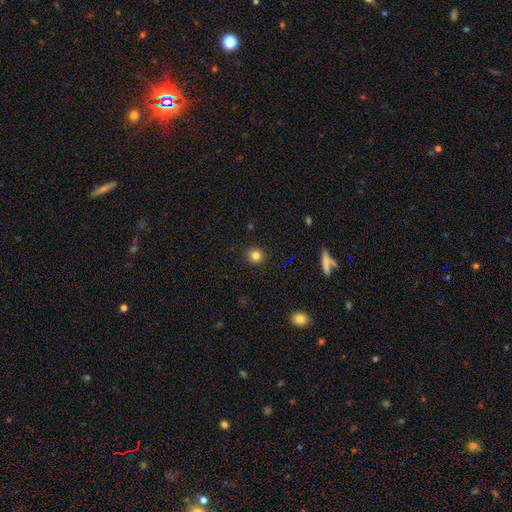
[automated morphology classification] A smooth galaxy with no disk features (81%) that is round (91%). Merging: none (91%).